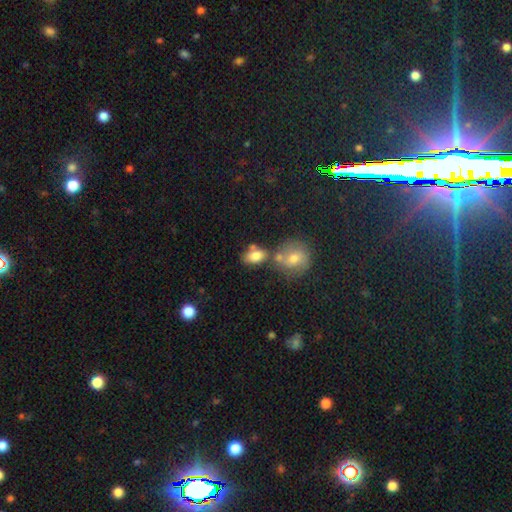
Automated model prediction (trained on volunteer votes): Overall: smooth (80%). How rounded: in between (82%). Merging: none (45%; merger 34%).